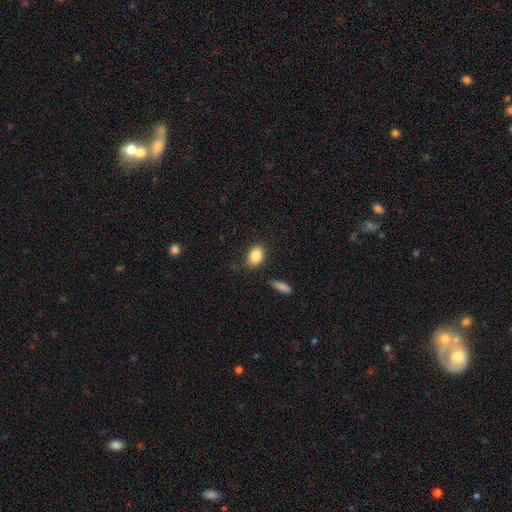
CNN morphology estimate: Smooth or featured? Predicted: smooth (p=0.85). How rounded? Predicted: in between (p=0.78). Merging? Predicted: none (p=0.80).